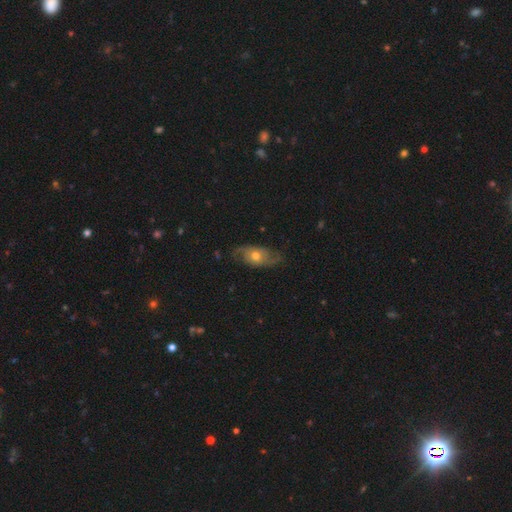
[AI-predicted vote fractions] The model was most divided on "spiral winding": medium: 41%, loose: 35%, tight: 24%. More confident: edge-on disk — no (91%); spiral arms — yes (89%); bar — no (78%); spiral arm count — 2 (77%); smooth or featured — featured or disk (74%); merging — none (71%); bulge size — moderate (70%).